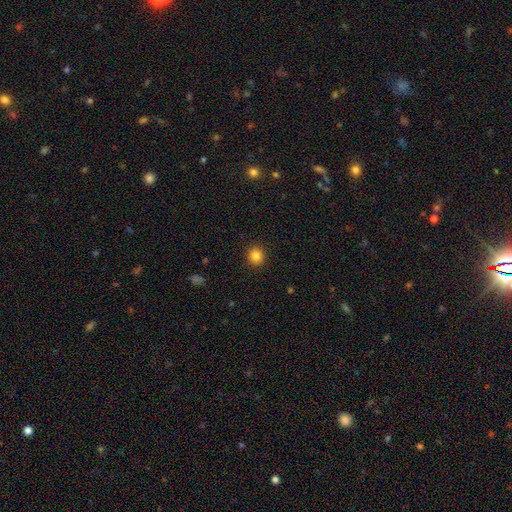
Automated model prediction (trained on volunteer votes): smooth_or_featured: smooth (p=0.84) [alt: star or artifact p=0.11]
how_rounded: round (p=0.87) [alt: in between p=0.12]
merging: none (p=0.91) [alt: minor disturbance p=0.06]